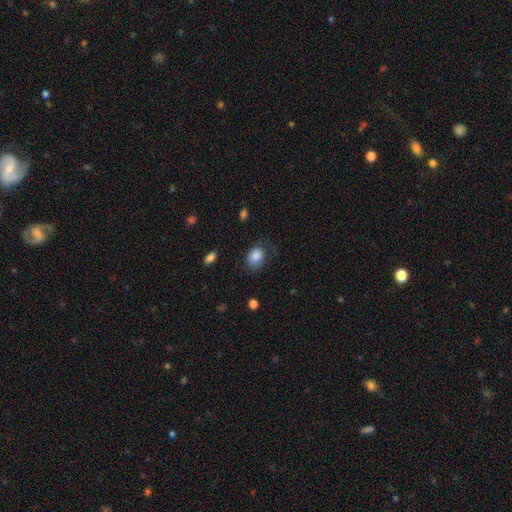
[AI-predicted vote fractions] smooth-or-featured: smooth: 83% | featured or disk: 9% | star or artifact: 8%
  how-rounded: in between: 65% | round: 34% | cigar-shaped: 1%
  merging: none: 54% | minor disturbance: 27% | major disturbance: 17% | merger: 2%